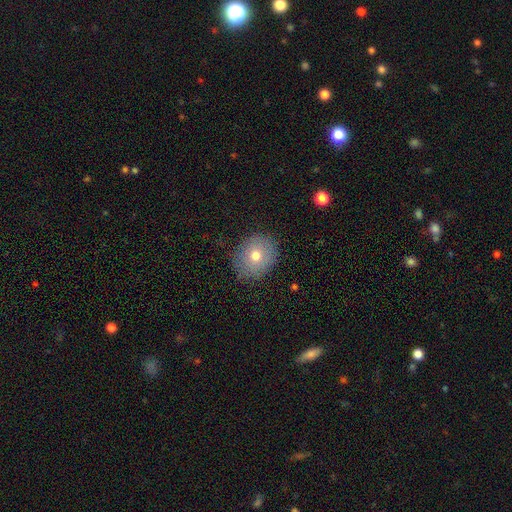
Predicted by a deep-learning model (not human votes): This appears to be a smooth galaxy with no disk features (71%) that is round (68%). Merging: none (83%).